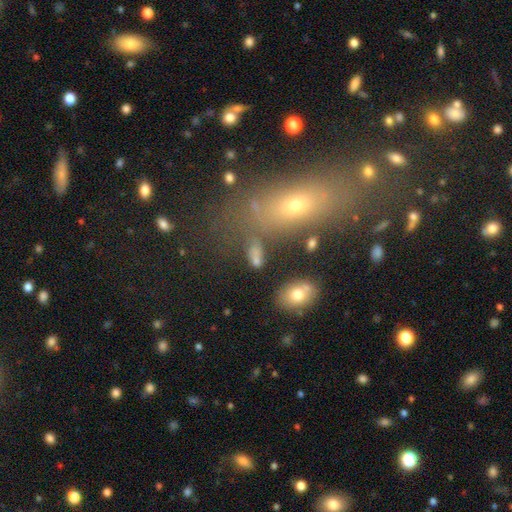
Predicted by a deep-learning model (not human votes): smooth-or-featured: smooth: 65% | star or artifact: 19% | featured or disk: 16%
  how-rounded: in between: 76% | round: 13% | cigar-shaped: 11%
  merging: none: 48% | merger: 19% | minor disturbance: 18% | major disturbance: 15%